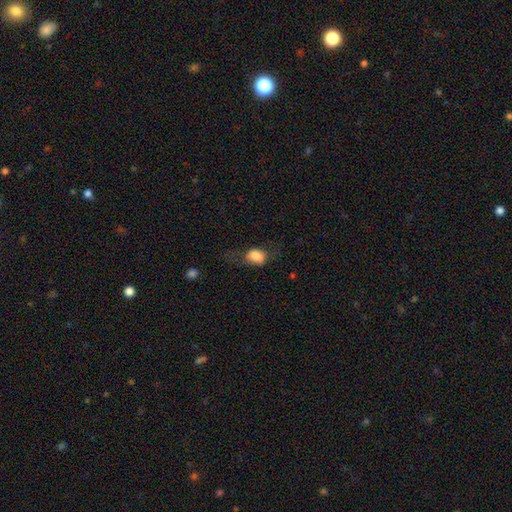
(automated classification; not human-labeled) A smooth galaxy with no disk features (79%) that is in between round and cigar-shaped (63%).

Vote fractions:
- Smooth or featured? smooth: 79% / featured or disk: 13% / star or artifact: 8%
- How rounded? in between: 63% / round: 36% / cigar-shaped: 2%
- Merging? none: 38% / major disturbance: 32% / minor disturbance: 27% / merger: 3%